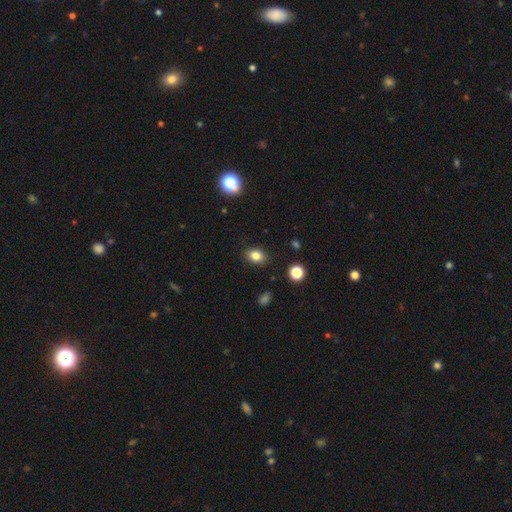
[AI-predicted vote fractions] Smooth or featured: smooth — 83% (star or artifact — 11%)
How rounded: in between — 63% (round — 36%)
Merging: none — 88% (minor disturbance — 8%)